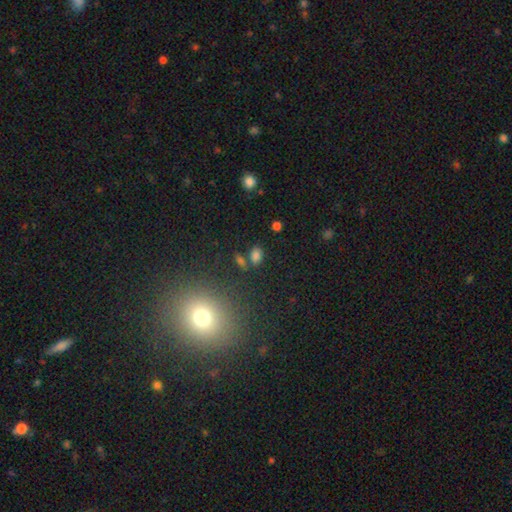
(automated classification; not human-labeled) Smooth or featured: smooth — 77% (star or artifact — 17%)
How rounded: in between — 84% (round — 14%)
Merging: none — 69% (merger — 13%)